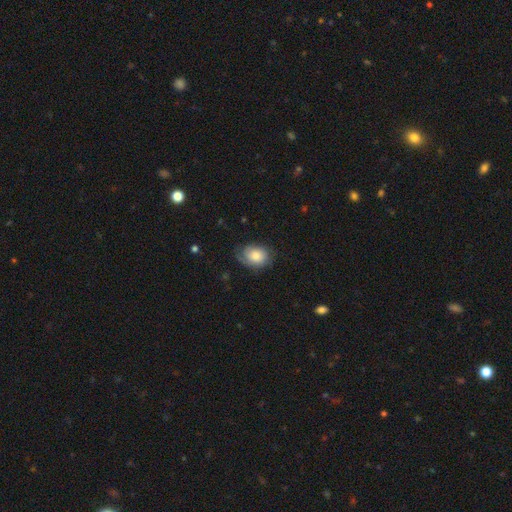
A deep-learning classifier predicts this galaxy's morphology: This is likely a smooth galaxy (63%). How rounded: likely in between (71%). Merging: likely none (64%).